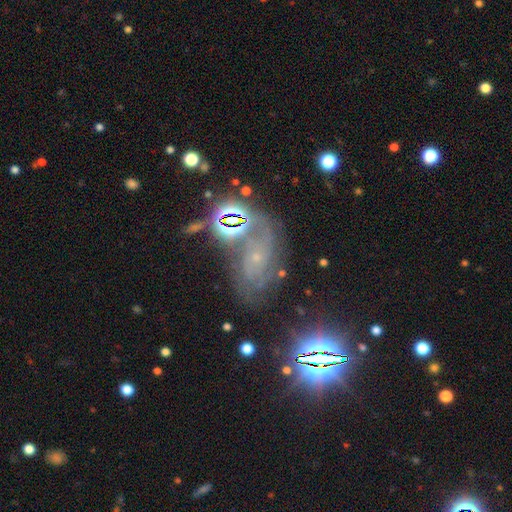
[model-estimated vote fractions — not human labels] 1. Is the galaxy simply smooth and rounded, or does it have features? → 59% featured or disk, 30% star or artifact, 12% smooth.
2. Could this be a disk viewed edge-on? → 95% no, 5% yes.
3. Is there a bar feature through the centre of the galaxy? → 60% no, 30% weak, 10% strong.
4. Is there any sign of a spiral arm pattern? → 90% yes, 10% no.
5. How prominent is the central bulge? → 79% small, 14% moderate, 4% none, 1% large, 1% dominant.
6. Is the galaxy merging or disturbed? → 55% none, 17% minor disturbance, 16% merger, 12% major disturbance.